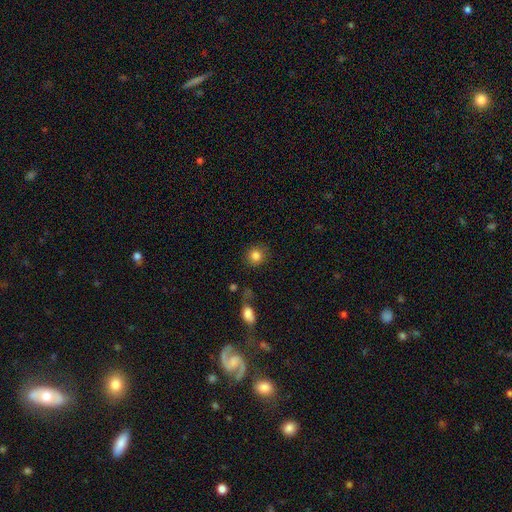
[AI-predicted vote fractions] This is clearly a smooth galaxy (84%). How rounded: clearly round (88%). Merging: clearly none (83%).